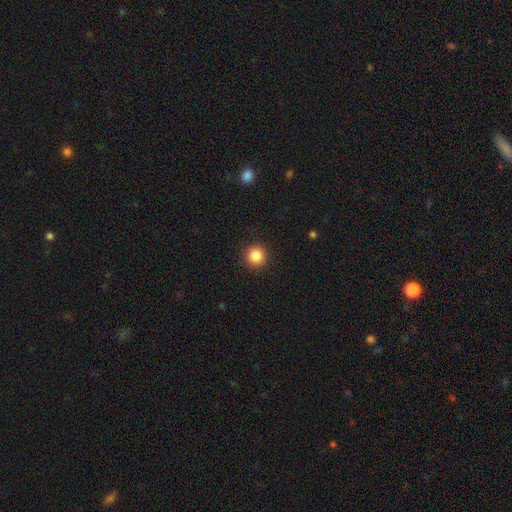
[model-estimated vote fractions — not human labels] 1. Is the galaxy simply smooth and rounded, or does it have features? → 86% smooth, 10% star or artifact, 4% featured or disk.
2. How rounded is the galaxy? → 95% round, 4% in between, 1% cigar-shaped.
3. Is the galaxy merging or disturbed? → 92% none, 5% minor disturbance, 2% major disturbance, 1% merger.